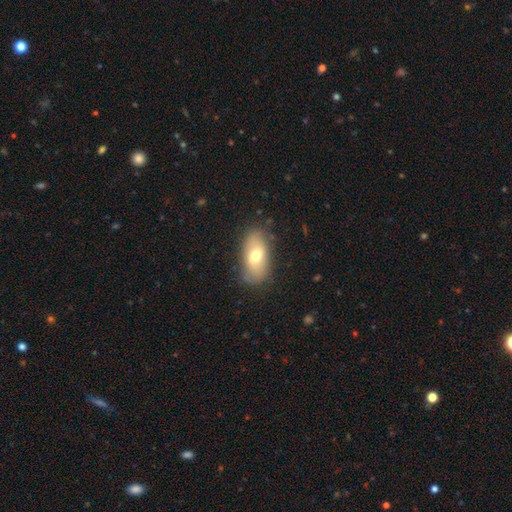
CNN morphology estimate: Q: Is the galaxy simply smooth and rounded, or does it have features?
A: smooth — 64%.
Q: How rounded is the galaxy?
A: in between — 90%.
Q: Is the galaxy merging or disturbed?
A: none — 78%.